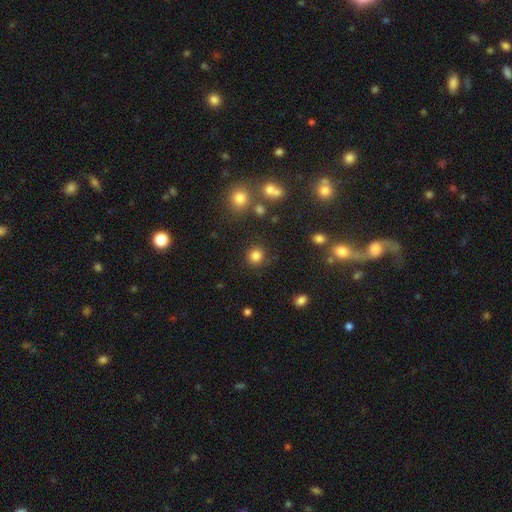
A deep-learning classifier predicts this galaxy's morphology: type=smooth (82%); roundness=round (88%); merging=none (85%).